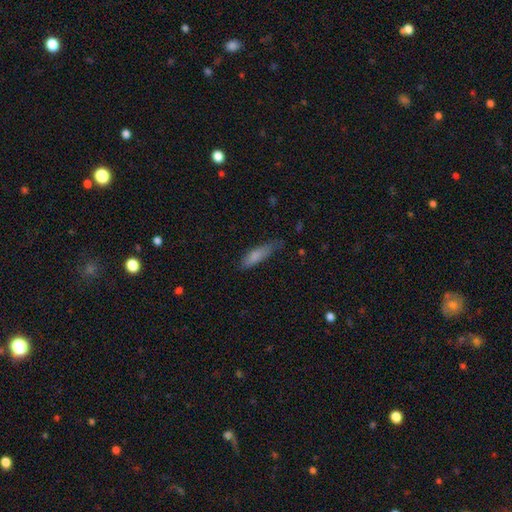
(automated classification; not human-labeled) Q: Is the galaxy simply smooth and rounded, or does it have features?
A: smooth — 79%.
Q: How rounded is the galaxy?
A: cigar-shaped — 62%.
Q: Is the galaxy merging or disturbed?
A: none — 60%.